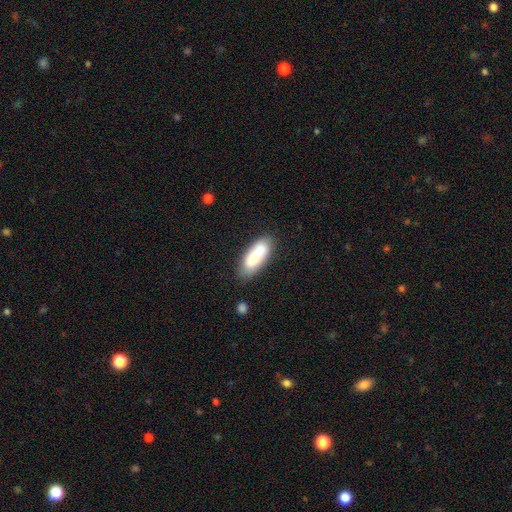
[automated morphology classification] This is likely a smooth galaxy (79%). How rounded: likely in between (69%). Merging: likely none (73%).